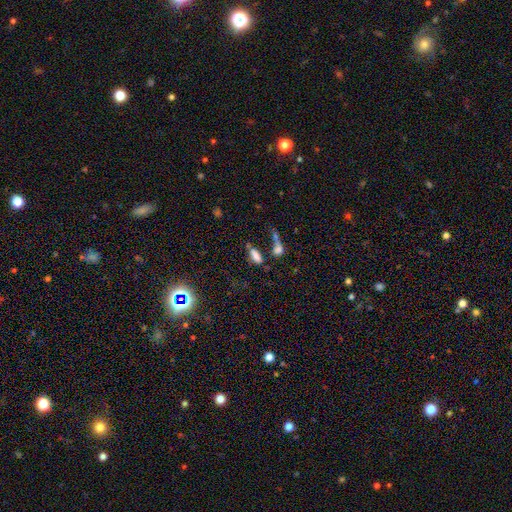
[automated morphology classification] This is likely a smooth galaxy (69%). How rounded: likely in between (66%). Merging: marginally none (36%).